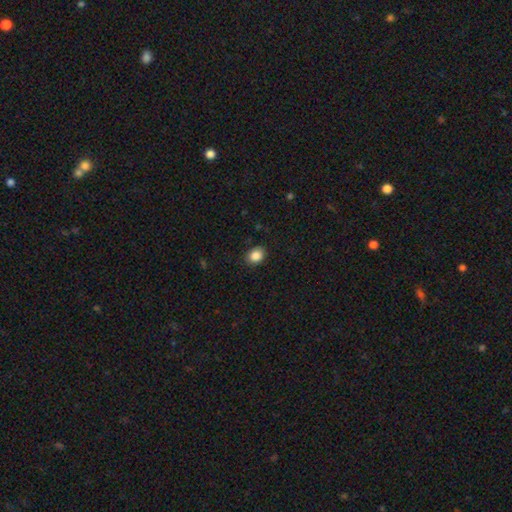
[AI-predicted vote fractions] The model was most divided on "how rounded": round: 51%, in between: 48%, cigar-shaped: 1%. More confident: smooth or featured — smooth (87%); merging — none (85%).